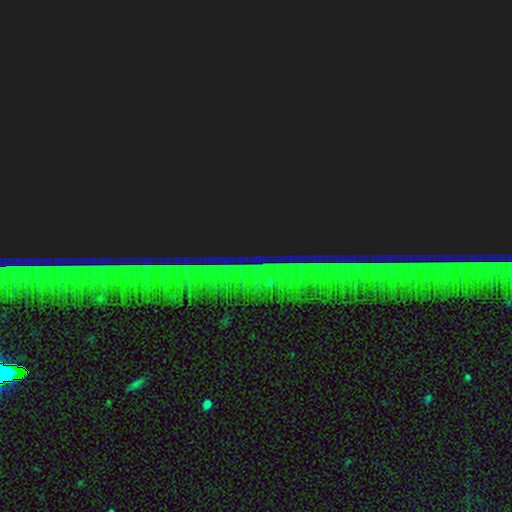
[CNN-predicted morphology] The model was most divided on "smooth or featured": star or artifact: 87%, featured or disk: 8%, smooth: 6%.